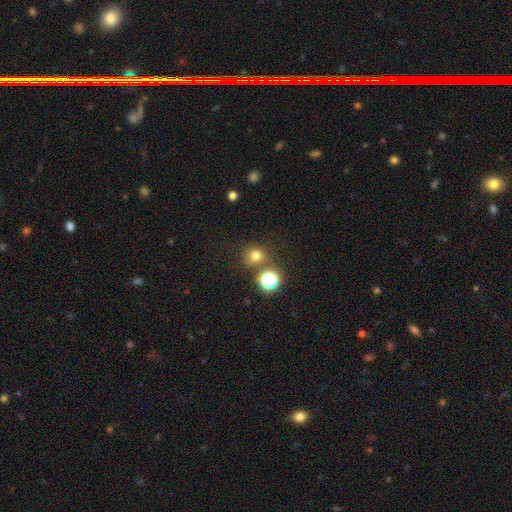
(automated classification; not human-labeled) This appears to be a smooth galaxy with no disk features (72%) that is round (86%). Merging: none (73%).